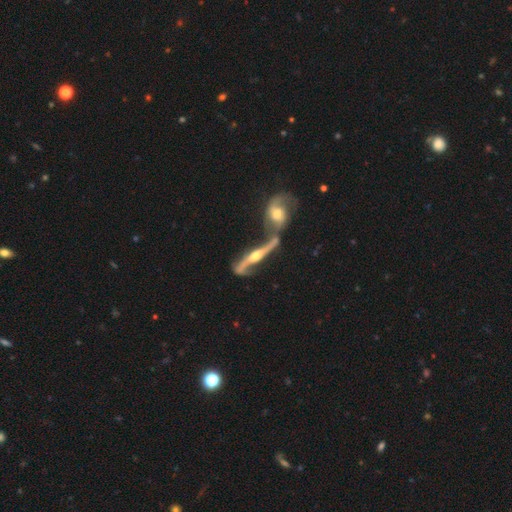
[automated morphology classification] A featured or disk galaxy (87%) viewed edge-on (71%) with a rounded central bulge (92%). Merging: merger (50%).